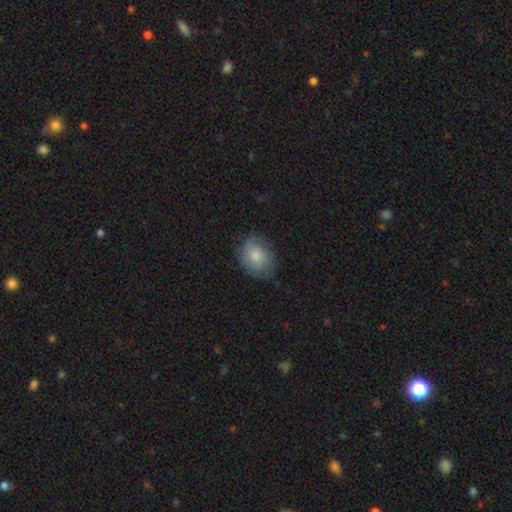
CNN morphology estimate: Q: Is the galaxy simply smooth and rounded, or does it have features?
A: smooth — 76%.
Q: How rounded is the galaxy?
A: in between — 50%.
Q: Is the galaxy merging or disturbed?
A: none — 62%.